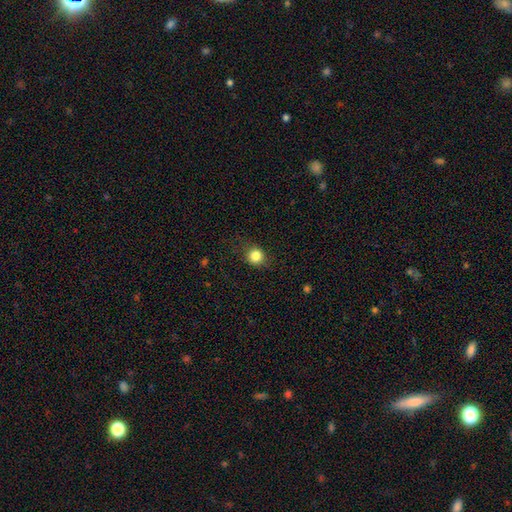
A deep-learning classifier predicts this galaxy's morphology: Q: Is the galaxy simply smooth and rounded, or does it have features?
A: smooth — 83%.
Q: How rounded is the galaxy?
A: round — 85%.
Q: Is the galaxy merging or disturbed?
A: none — 81%.